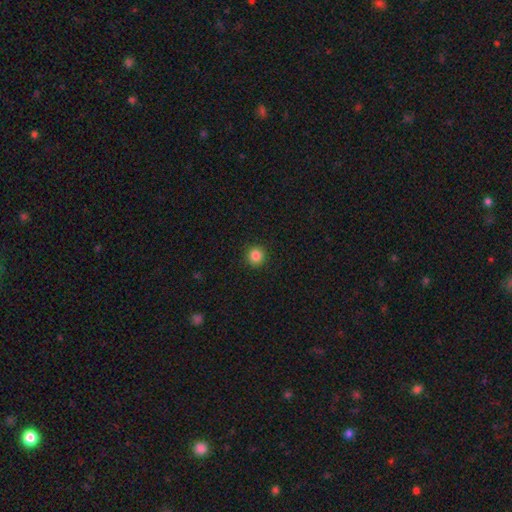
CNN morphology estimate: Smooth or featured: smooth — 85% (star or artifact — 11%)
How rounded: round — 94% (in between — 5%)
Merging: none — 93% (minor disturbance — 5%)